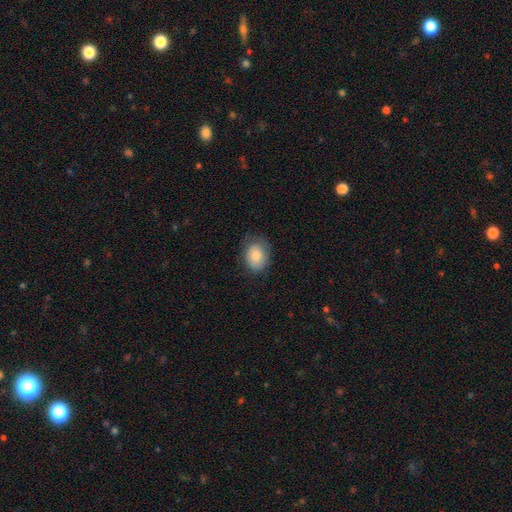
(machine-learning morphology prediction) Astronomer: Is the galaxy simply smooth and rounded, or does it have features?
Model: smooth — 83%.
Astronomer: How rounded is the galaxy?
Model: in between — 65%.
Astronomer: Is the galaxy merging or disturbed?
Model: none — 72%.